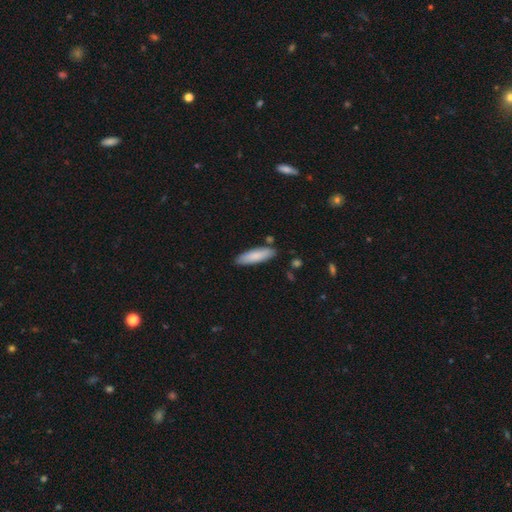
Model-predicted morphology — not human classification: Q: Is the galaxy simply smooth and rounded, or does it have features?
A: smooth — 84%.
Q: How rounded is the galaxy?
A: cigar-shaped — 59%.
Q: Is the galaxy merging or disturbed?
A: none — 84%.